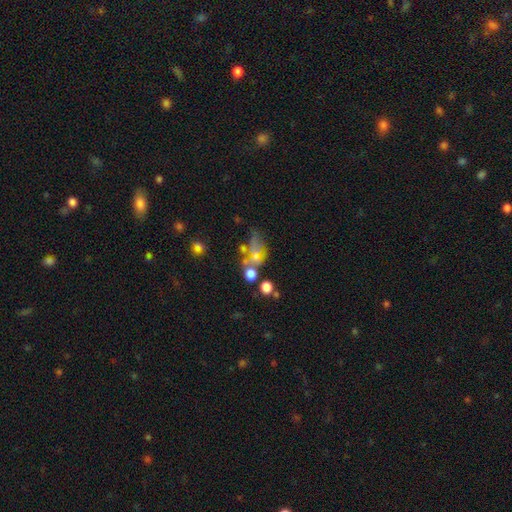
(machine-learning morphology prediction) Overall: smooth (41%; featured or disk 36%). Merging: merger (30%; none 27%).